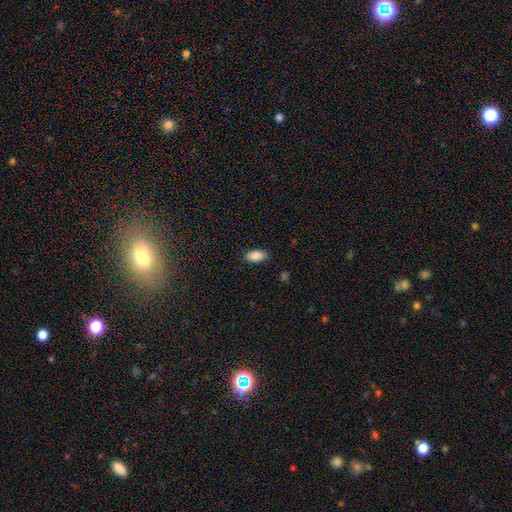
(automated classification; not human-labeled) smooth-or-featured: smooth: 87% | star or artifact: 7% | featured or disk: 6%
  how-rounded: in between: 88% | cigar-shaped: 10% | round: 2%
  merging: none: 86% | minor disturbance: 11% | major disturbance: 2% | merger: 1%